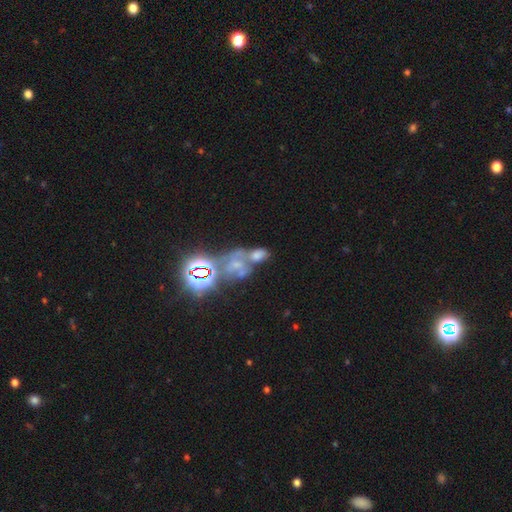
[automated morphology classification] Smooth or featured? star or artifact (46%)